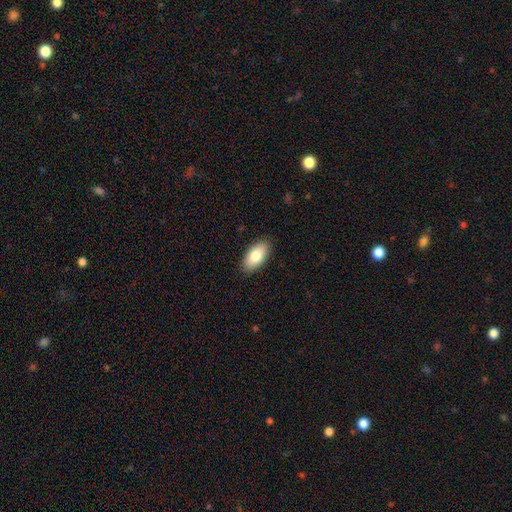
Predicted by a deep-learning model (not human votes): smooth_or_featured: smooth (p=0.82) [alt: featured or disk p=0.12]
how_rounded: in between (p=0.93) [alt: cigar-shaped p=0.04]
merging: none (p=0.88) [alt: minor disturbance p=0.09]